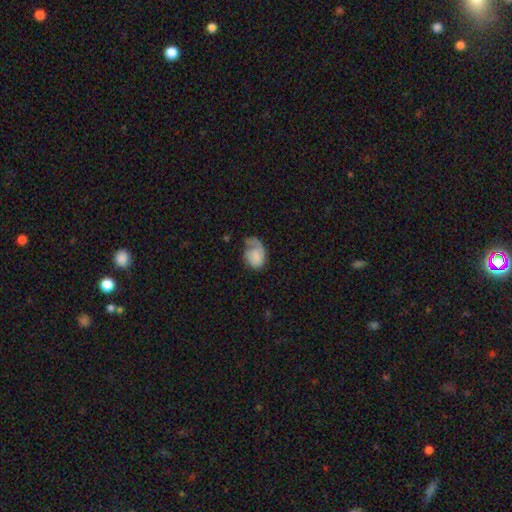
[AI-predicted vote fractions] smooth_or_featured: smooth (p=0.58) [alt: featured or disk p=0.34]
how_rounded: in between (p=0.73) [alt: round p=0.26]
merging: major disturbance (p=0.38) [alt: minor disturbance p=0.30]